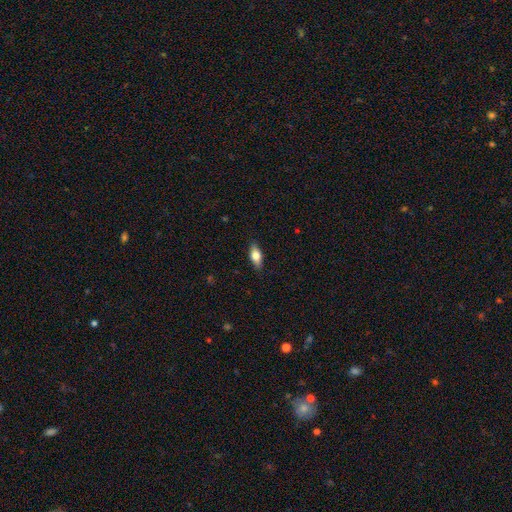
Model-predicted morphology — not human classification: Smooth or featured: smooth — 69% (featured or disk — 24%)
How rounded: in between — 80% (cigar-shaped — 16%)
Merging: none — 87% (minor disturbance — 10%)